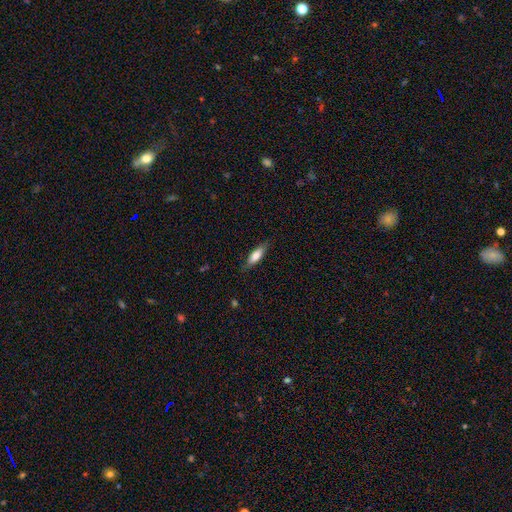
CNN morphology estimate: Q: Smooth or featured?
A: smooth (71%); runner-up: featured or disk (23%)
Q: How rounded?
A: cigar-shaped (52%); runner-up: in between (46%)
Q: Merging?
A: none (80%); runner-up: minor disturbance (16%)